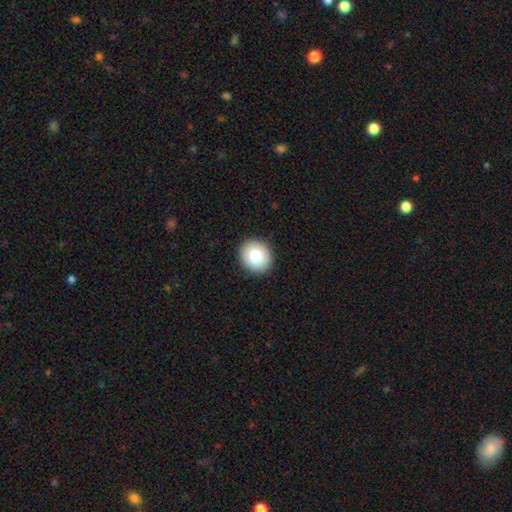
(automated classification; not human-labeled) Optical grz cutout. It shows a smooth galaxy with no disk features (79%) that is round (87%). Merging: none (92%).